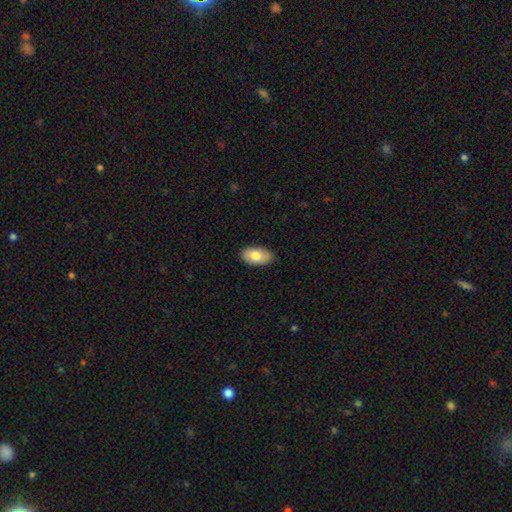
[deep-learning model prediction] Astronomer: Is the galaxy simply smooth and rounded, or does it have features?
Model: smooth — 76%.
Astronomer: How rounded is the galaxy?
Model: in between — 94%.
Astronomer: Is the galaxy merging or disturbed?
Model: none — 86%.